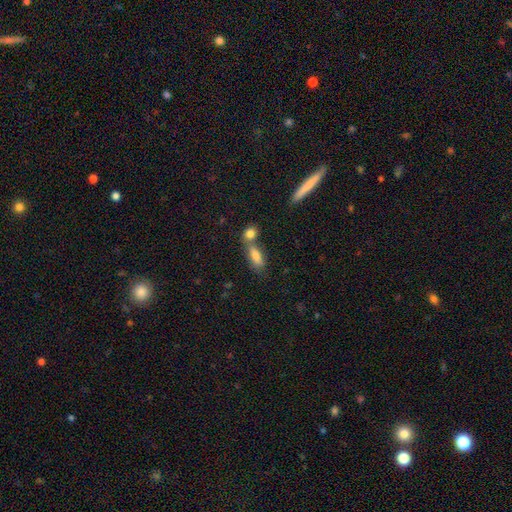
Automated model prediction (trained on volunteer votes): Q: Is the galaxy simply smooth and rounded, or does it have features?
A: smooth — 78%.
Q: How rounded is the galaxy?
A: in between — 66%.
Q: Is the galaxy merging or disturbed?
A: none — 43%.